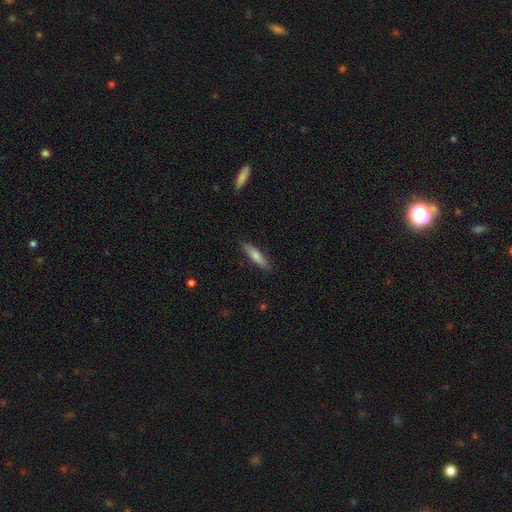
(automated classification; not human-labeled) The model was most divided on "smooth or featured": smooth: 64%, featured or disk: 28%, star or artifact: 7%. More confident: merging — none (88%); how rounded — cigar-shaped (78%).